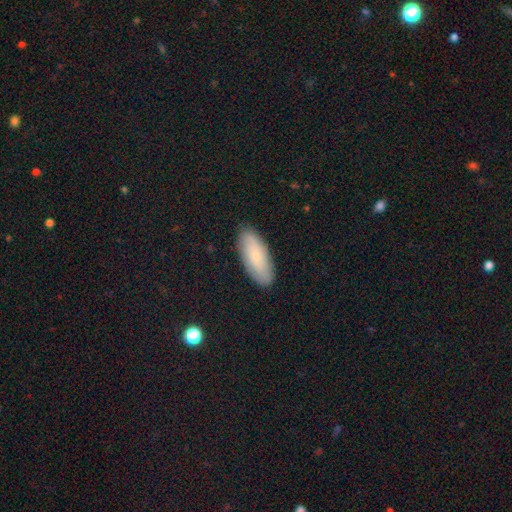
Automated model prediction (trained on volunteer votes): A smooth galaxy with no disk features (71%) that is in between round and cigar-shaped (80%).

Vote fractions:
- Smooth or featured? smooth: 71% / featured or disk: 21% / star or artifact: 7%
- How rounded? in between: 80% / cigar-shaped: 18% / round: 2%
- Merging? none: 88% / minor disturbance: 9% / major disturbance: 2% / merger: 1%